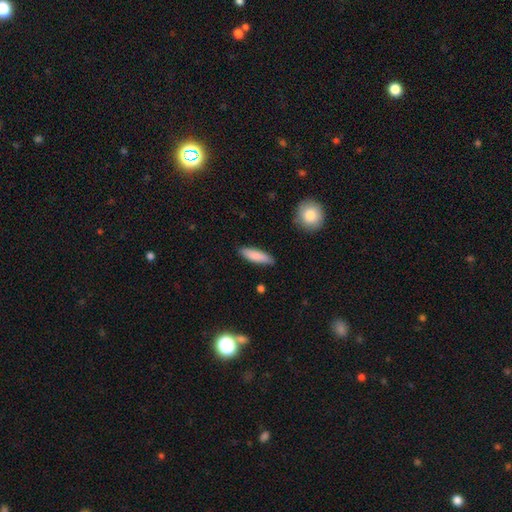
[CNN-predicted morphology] Q: Smooth or featured?
A: smooth (83%); runner-up: featured or disk (11%)
Q: How rounded?
A: cigar-shaped (61%); runner-up: in between (38%)
Q: Merging?
A: none (87%); runner-up: minor disturbance (10%)